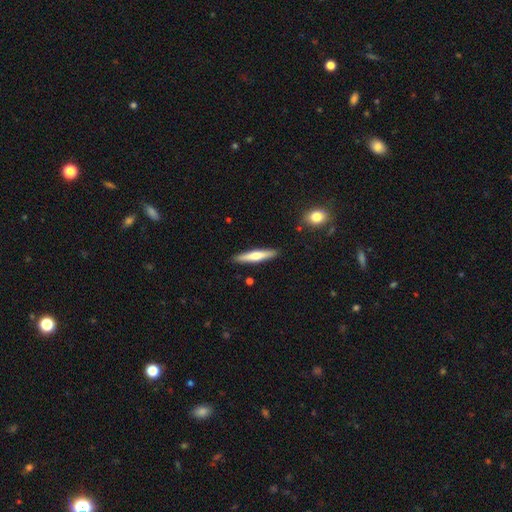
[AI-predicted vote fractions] smooth 53%, featured or disk 41%, star or artifact 5%. Down the decision tree: how rounded — cigar-shaped (89%); merging — none (89%).